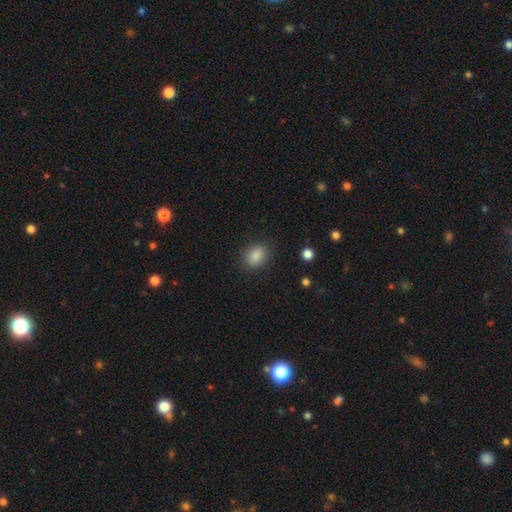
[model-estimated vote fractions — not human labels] The model was most divided on "how rounded": in between: 67%, round: 32%, cigar-shaped: 1%. More confident: smooth or featured — smooth (86%); merging — none (86%).